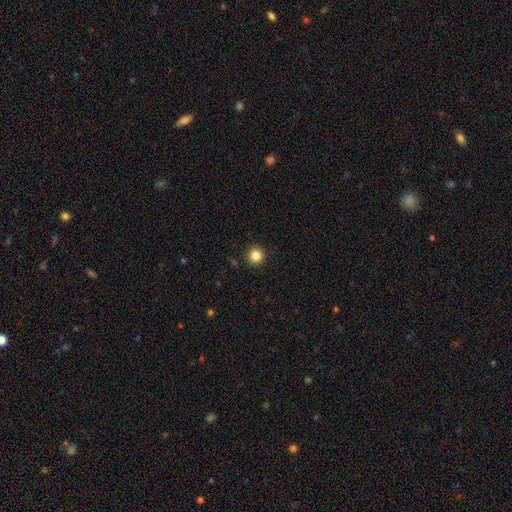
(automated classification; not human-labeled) smooth-or-featured: smooth: 85% | star or artifact: 11% | featured or disk: 4%
  how-rounded: round: 95% | in between: 4% | cigar-shaped: 1%
  merging: none: 92% | minor disturbance: 5% | major disturbance: 2% | merger: 1%